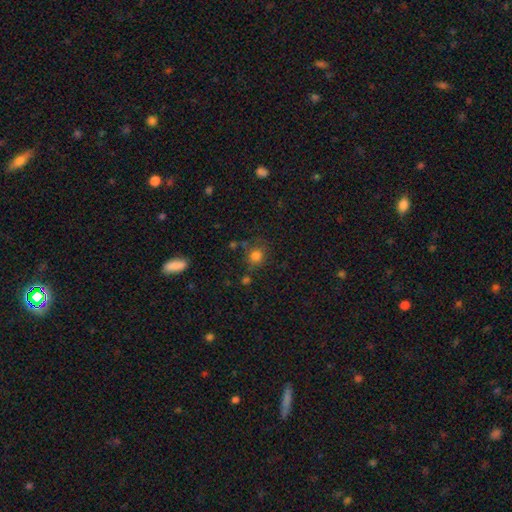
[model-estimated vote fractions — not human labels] Smooth or featured: smooth — 77% (star or artifact — 15%)
How rounded: round — 82% (in between — 17%)
Merging: none — 65% (minor disturbance — 17%)